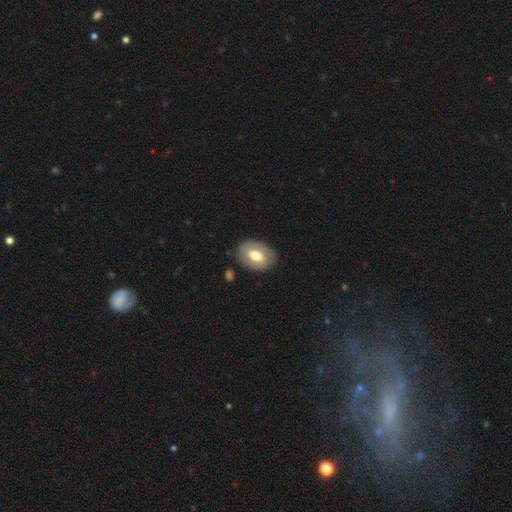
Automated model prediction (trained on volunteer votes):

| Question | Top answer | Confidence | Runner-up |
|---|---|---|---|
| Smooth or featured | smooth | 57% | featured or disk (37%) |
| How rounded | in between | 78% | round (21%) |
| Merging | none | 82% | minor disturbance (12%) |